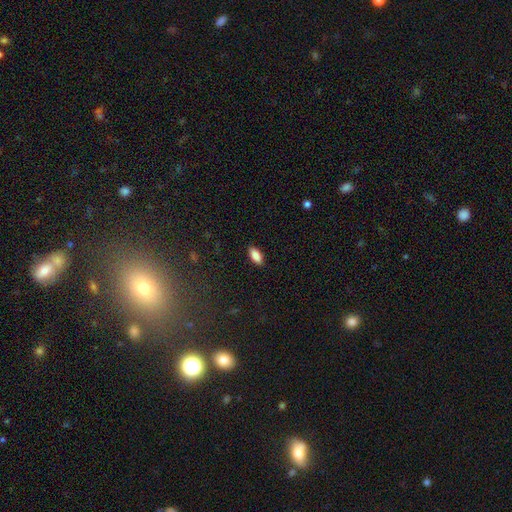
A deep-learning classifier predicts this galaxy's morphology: smooth_or_featured: smooth (p=0.87) [alt: star or artifact p=0.07]
how_rounded: in between (p=0.88) [alt: cigar-shaped p=0.10]
merging: none (p=0.88) [alt: minor disturbance p=0.09]